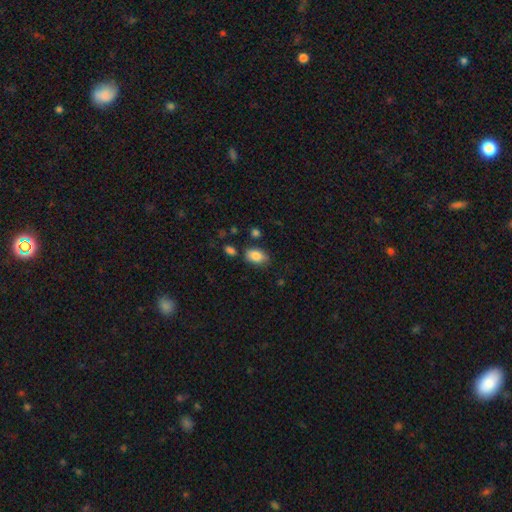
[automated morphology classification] This appears to be a smooth galaxy with no disk features (85%) that is in between round and cigar-shaped (89%). Merging: none (75%).